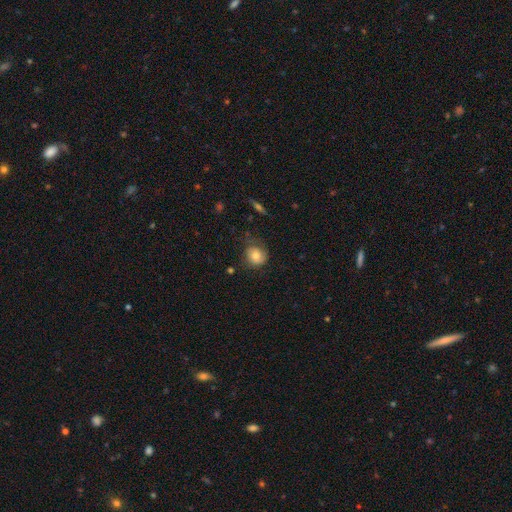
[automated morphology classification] Overall: smooth (63%; featured or disk 28%). How rounded: round (80%). Merging: none (62%; minor disturbance 24%).